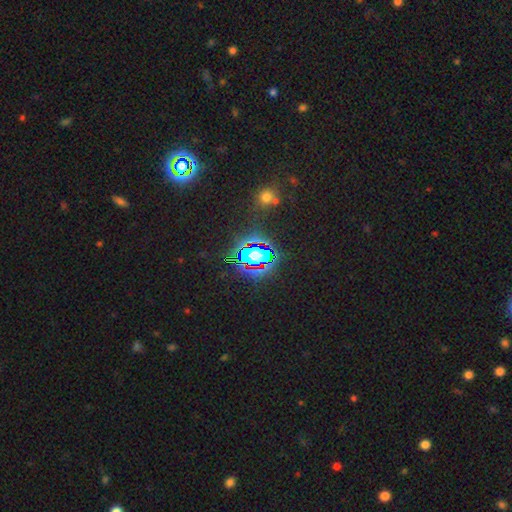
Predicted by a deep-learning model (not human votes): A star or artifact, not a galaxy (68%).

Vote fractions:
- Smooth or featured? star or artifact: 68% / smooth: 20% / featured or disk: 12%